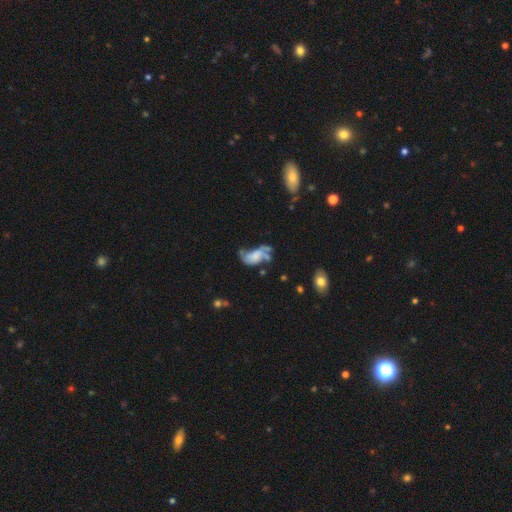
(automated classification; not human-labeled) Smooth or featured? featured or disk (58%)
Edge-on disk? no (96%)
Bar? no (72%)
Spiral arms? yes (70%)
Bulge size? none (41%)
Merging? major disturbance (34%)